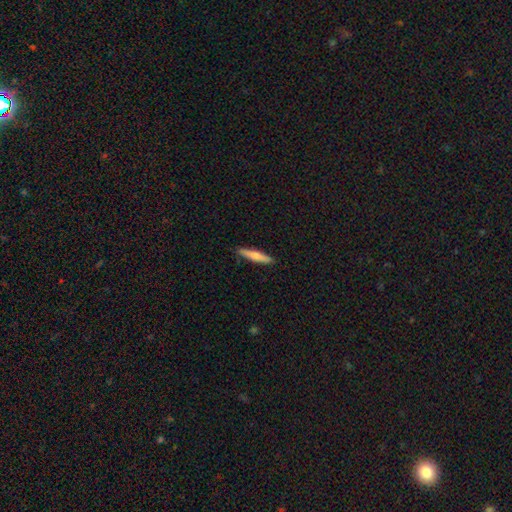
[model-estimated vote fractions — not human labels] This appears to be a smooth galaxy with no disk features (66%) that is cigar-shaped (89%). Merging: none (90%).